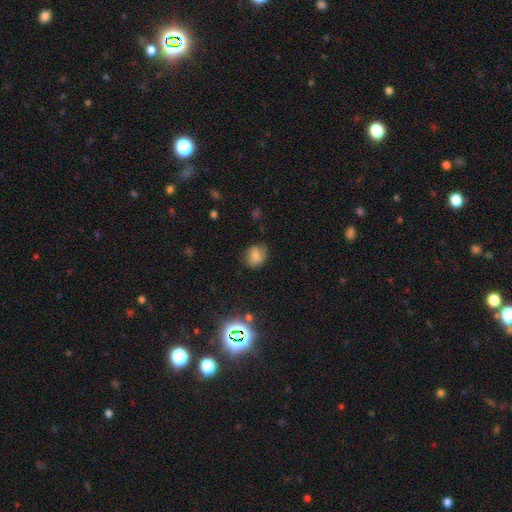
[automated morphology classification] Smooth or featured: smooth — 70% (featured or disk — 16%)
How rounded: round — 50% (in between — 48%)
Merging: none — 68% (minor disturbance — 23%)